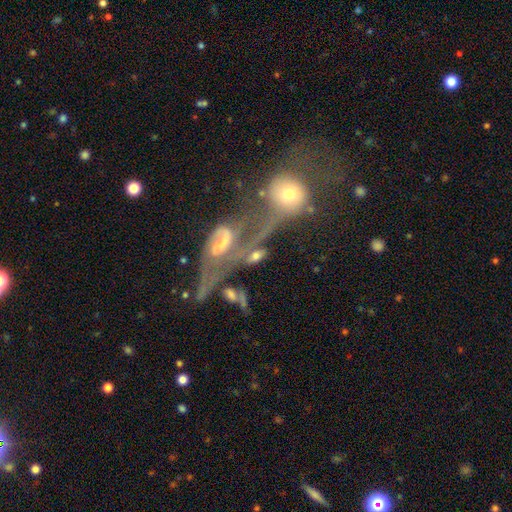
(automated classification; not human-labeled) The model was most divided on "merging": merger: 43%, none: 28%, major disturbance: 16%, minor disturbance: 13%. More confident: edge-on disk — no (70%); smooth or featured — featured or disk (51%).